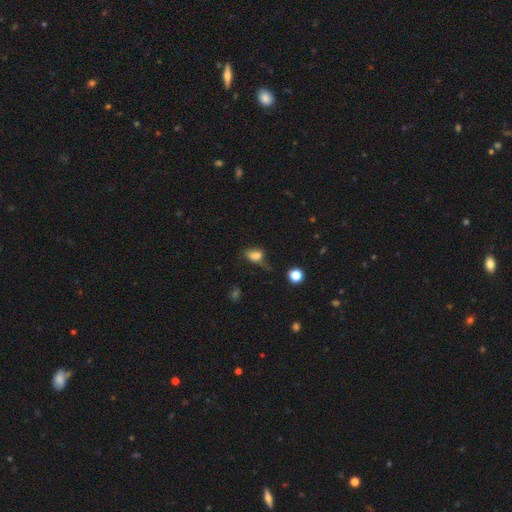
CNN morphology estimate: This appears to be a smooth galaxy with no disk features (73%) that is in between round and cigar-shaped (71%). Merging: none (37%).